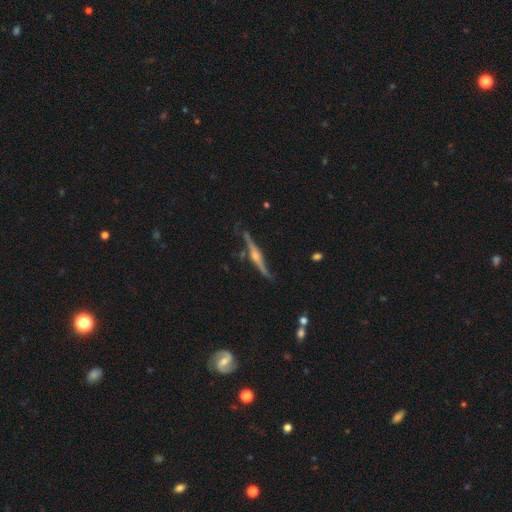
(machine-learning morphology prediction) A featured or disk galaxy (84%) viewed edge-on (95%) with a rounded central bulge (86%). Merging: none (75%).